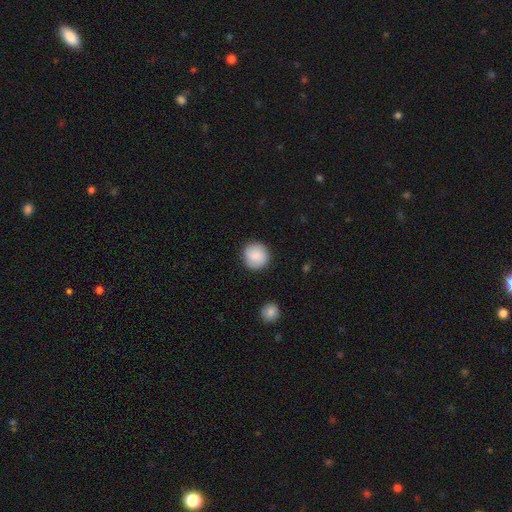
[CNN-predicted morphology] This is clearly a smooth galaxy (86%). How rounded: clearly round (92%). Merging: clearly none (89%).